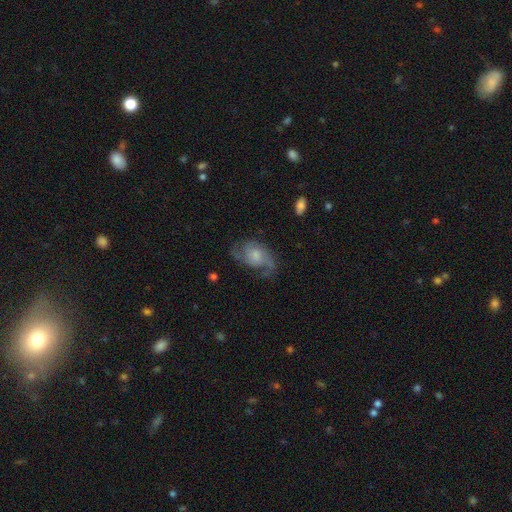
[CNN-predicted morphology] Q: Smooth or featured?
A: featured or disk (76%); runner-up: smooth (18%)
Q: Edge-on disk?
A: no (97%); runner-up: yes (3%)
Q: Bar?
A: no (67%); runner-up: weak (29%)
Q: Spiral arms?
A: yes (93%); runner-up: no (7%)
Q: Spiral winding?
A: medium (47%); runner-up: loose (35%)
Q: Spiral arm count?
A: 2 (69%); runner-up: can't tell (11%)
Q: Bulge size?
A: moderate (36%); runner-up: small (34%)
Q: Merging?
A: none (61%); runner-up: minor disturbance (21%)